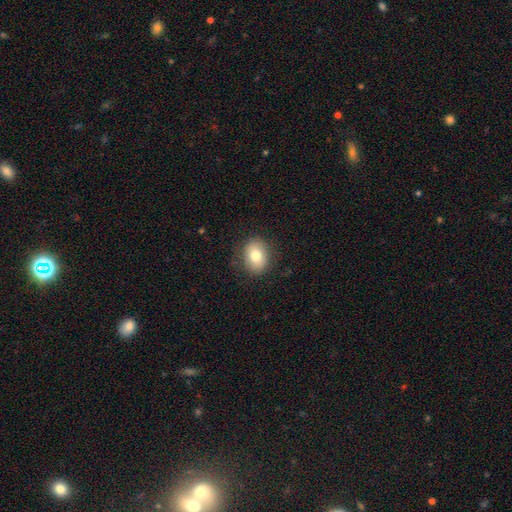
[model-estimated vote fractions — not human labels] This appears to be a smooth galaxy with no disk features (79%) that is in between round and cigar-shaped (58%). Merging: none (84%).